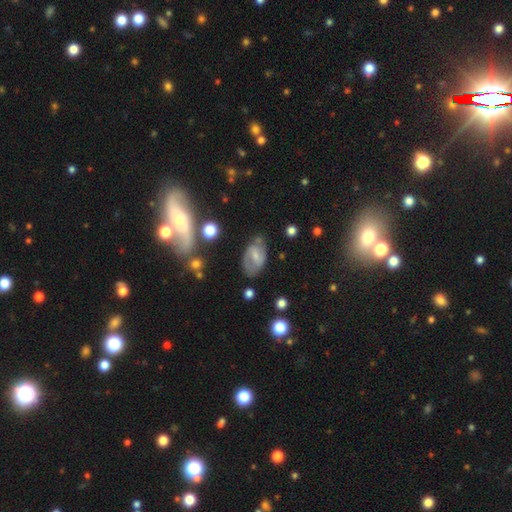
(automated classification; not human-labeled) A featured or disk galaxy (51%). Merging: none (57%).